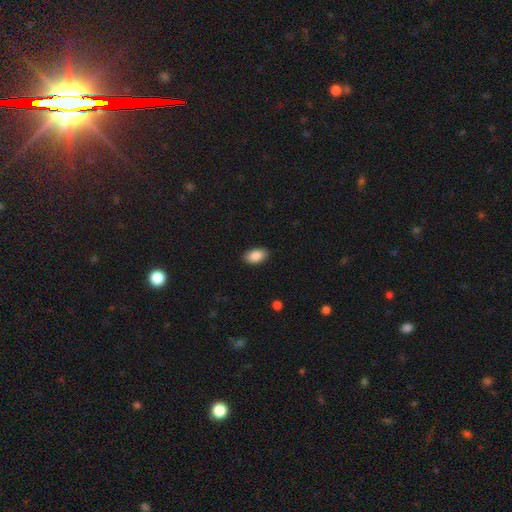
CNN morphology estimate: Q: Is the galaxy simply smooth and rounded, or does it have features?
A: smooth — 89%.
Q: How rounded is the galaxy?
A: in between — 94%.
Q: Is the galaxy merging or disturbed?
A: none — 88%.